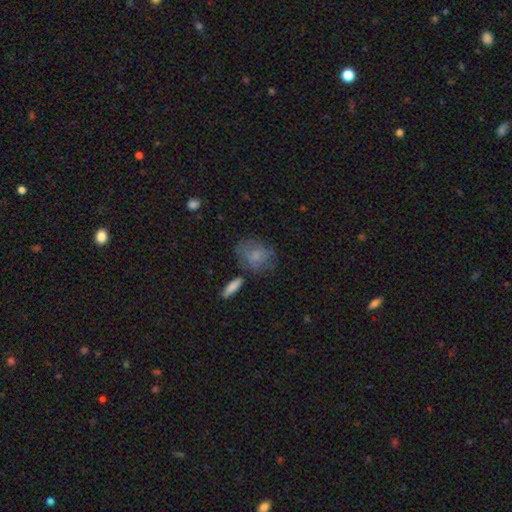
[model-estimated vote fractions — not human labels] Morphology: type=smooth (68%); roundness=in between (59%); merging=none (56%).